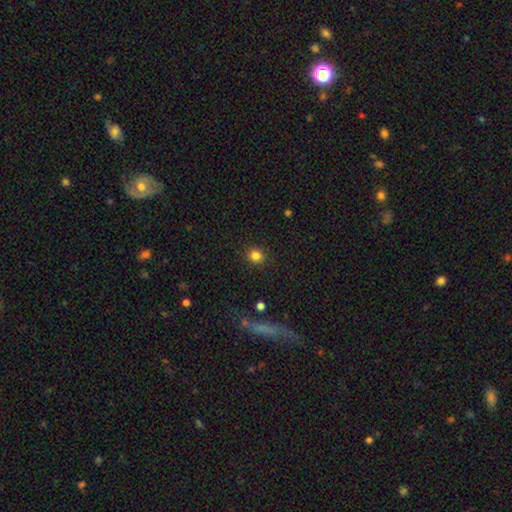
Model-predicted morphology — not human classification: smooth-or-featured: smooth: 83% | star or artifact: 12% | featured or disk: 5%
  how-rounded: round: 86% | in between: 13% | cigar-shaped: 1%
  merging: none: 91% | minor disturbance: 6% | major disturbance: 2% | merger: 1%